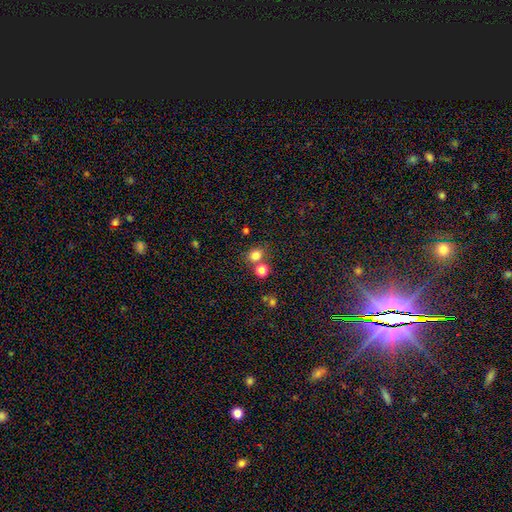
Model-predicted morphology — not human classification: Q: Smooth or featured?
A: smooth (78%); runner-up: star or artifact (15%)
Q: How rounded?
A: round (74%); runner-up: in between (25%)
Q: Merging?
A: none (65%); runner-up: merger (23%)